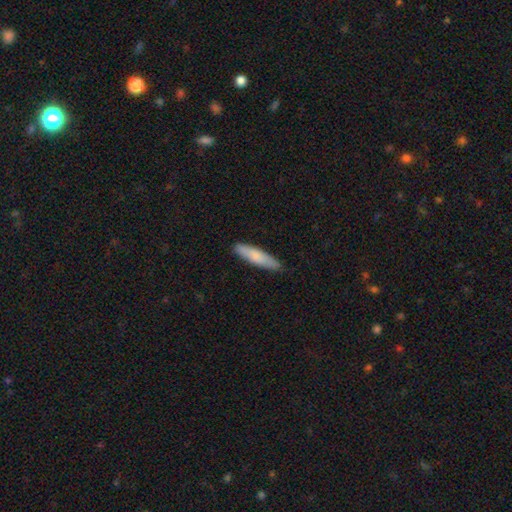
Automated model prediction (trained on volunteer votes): This appears to be a smooth galaxy with no disk features (80%) that is cigar-shaped (81%). Merging: none (87%).